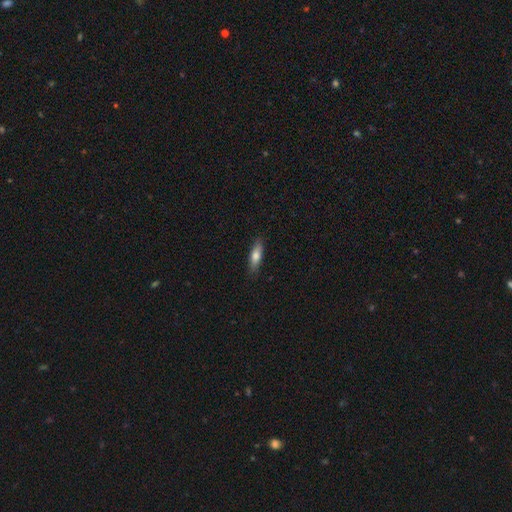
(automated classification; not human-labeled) Overall: smooth (71%). How rounded: cigar-shaped (54%; in between 44%). Merging: none (87%).